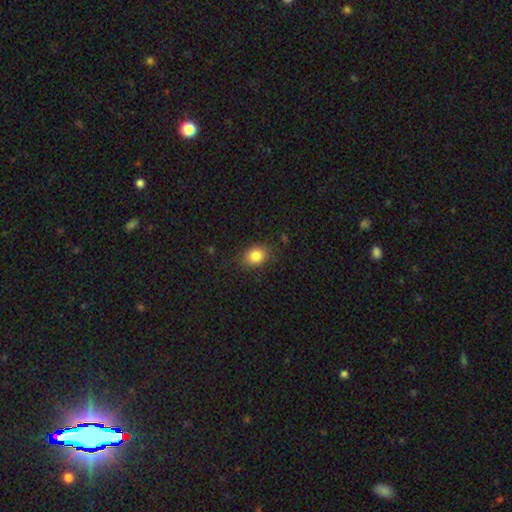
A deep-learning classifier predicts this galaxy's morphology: smooth_or_featured: smooth (p=0.84) [alt: star or artifact p=0.10]
how_rounded: in between (p=0.55) [alt: round p=0.44]
merging: none (p=0.81) [alt: minor disturbance p=0.14]